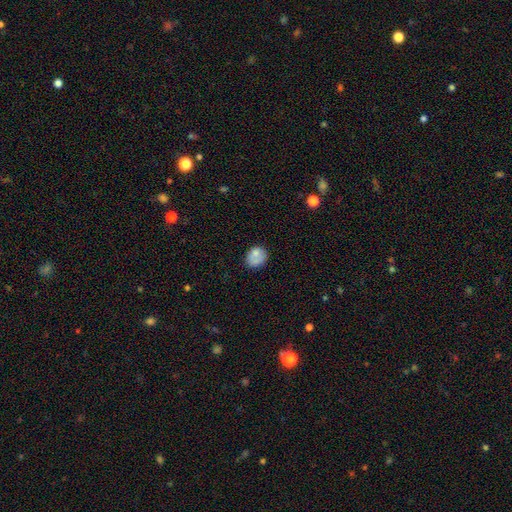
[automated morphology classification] Smooth or featured: smooth — 73% (featured or disk — 18%)
How rounded: round — 54% (in between — 45%)
Merging: none — 55% (minor disturbance — 23%)